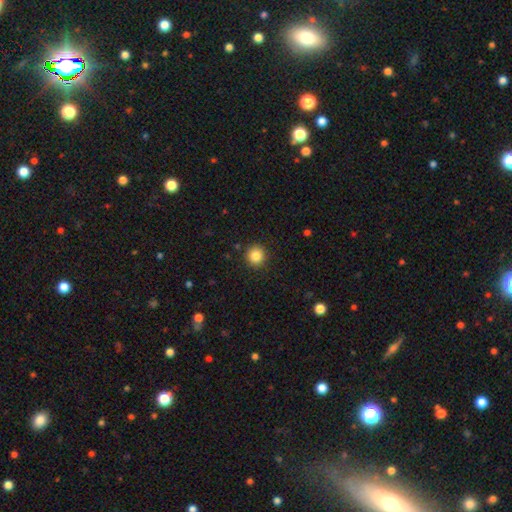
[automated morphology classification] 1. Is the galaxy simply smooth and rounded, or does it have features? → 85% smooth, 11% star or artifact, 5% featured or disk.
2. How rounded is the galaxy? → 94% round, 5% in between, 1% cigar-shaped.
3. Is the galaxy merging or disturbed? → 91% none, 6% minor disturbance, 2% major disturbance, 1% merger.